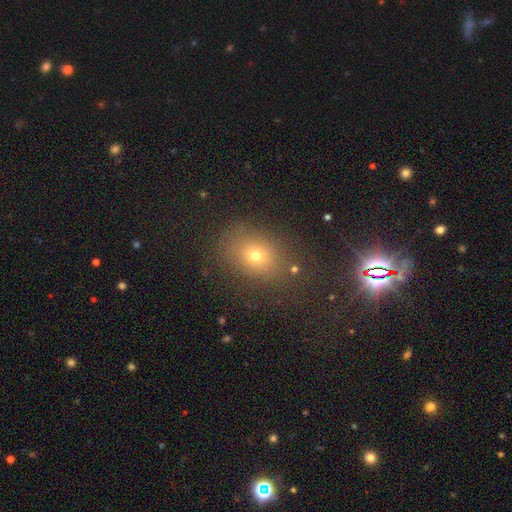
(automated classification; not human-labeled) Smooth or featured? Predicted: smooth (p=0.67). How rounded? Predicted: in between (p=0.50). Merging? Predicted: none (p=0.76).